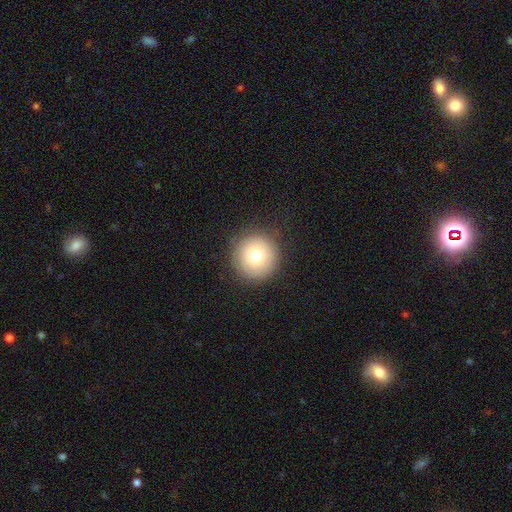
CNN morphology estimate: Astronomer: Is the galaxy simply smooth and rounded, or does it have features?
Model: smooth — 75%.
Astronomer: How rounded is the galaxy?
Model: round — 95%.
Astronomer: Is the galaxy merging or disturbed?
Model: none — 88%.